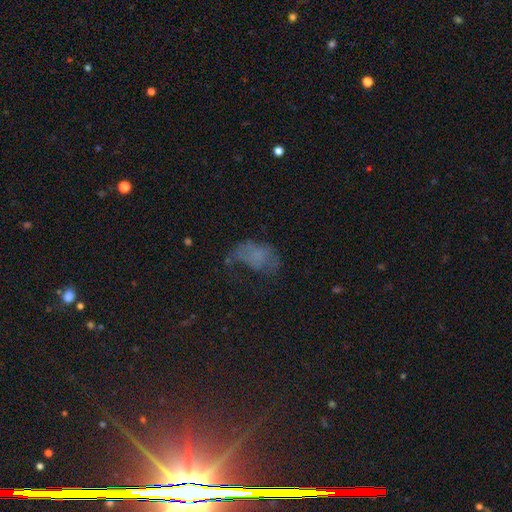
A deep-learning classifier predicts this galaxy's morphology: smooth_or_featured: smooth (p=0.48) [alt: featured or disk p=0.30]
merging: major disturbance (p=0.41) [alt: none p=0.31]